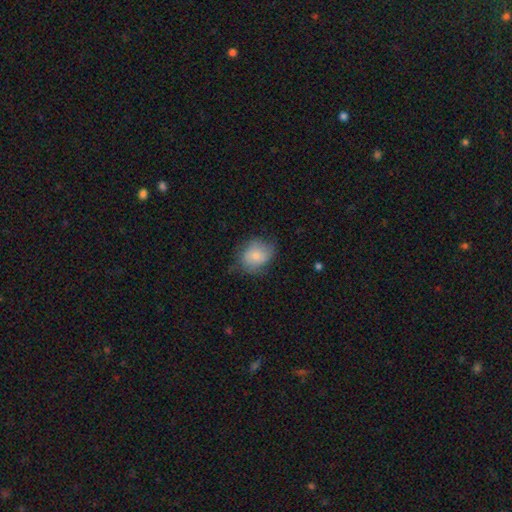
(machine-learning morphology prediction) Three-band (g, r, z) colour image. It shows a smooth galaxy with no disk features (74%) that is round (56%). Merging: none (60%).